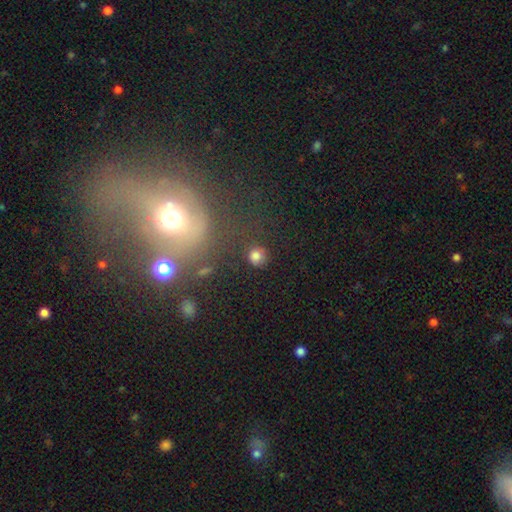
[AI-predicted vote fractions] smooth-or-featured: smooth: 79% | star or artifact: 14% | featured or disk: 7%
  how-rounded: round: 91% | in between: 8% | cigar-shaped: 1%
  merging: none: 83% | minor disturbance: 9% | major disturbance: 4% | merger: 3%